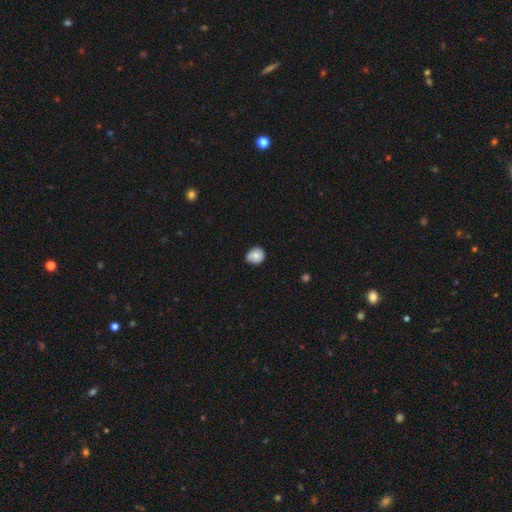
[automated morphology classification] This is likely a smooth galaxy (72%). How rounded: likely round (76%). Merging: likely none (67%).